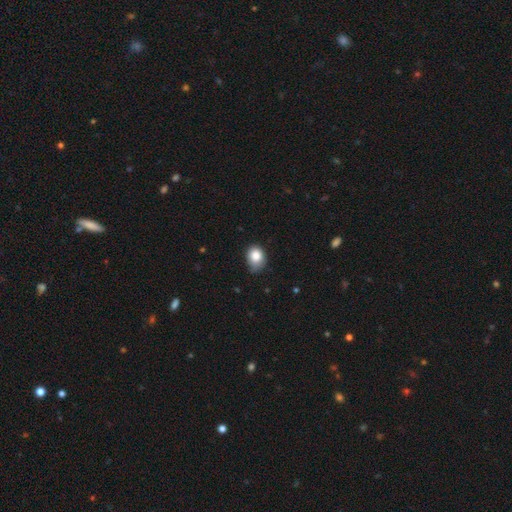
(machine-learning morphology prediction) A smooth galaxy with no disk features (83%) that is in between round and cigar-shaped (58%).

Vote fractions:
- Smooth or featured? smooth: 83% / star or artifact: 9% / featured or disk: 8%
- How rounded? in between: 58% / round: 41% / cigar-shaped: 1%
- Merging? none: 53% / minor disturbance: 37% / major disturbance: 7% / merger: 2%